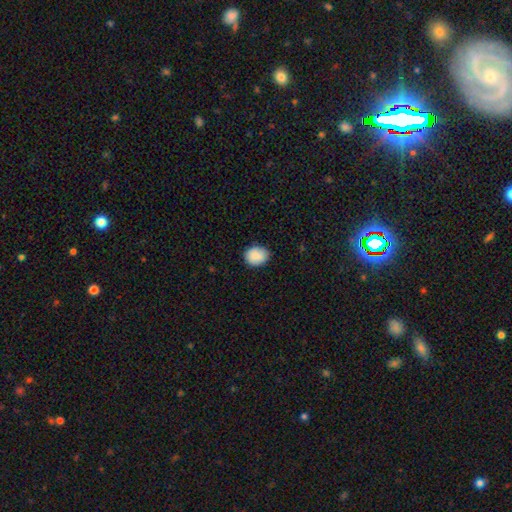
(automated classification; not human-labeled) Smooth or featured? Predicted: smooth (p=0.87). How rounded? Predicted: round (p=0.66). Merging? Predicted: none (p=0.86).